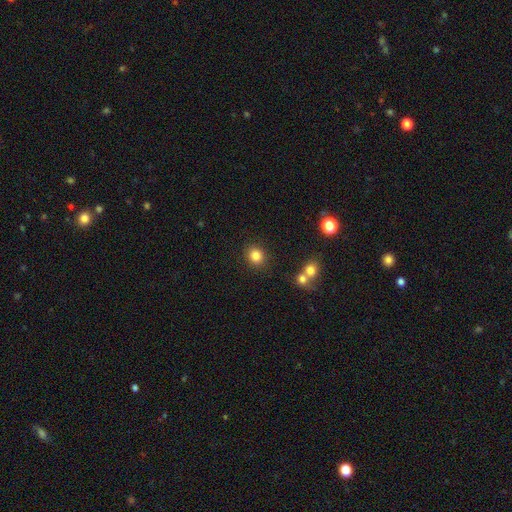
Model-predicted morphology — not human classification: Smooth or featured? Predicted: smooth (p=0.83). How rounded? Predicted: round (p=0.78). Merging? Predicted: none (p=0.85).